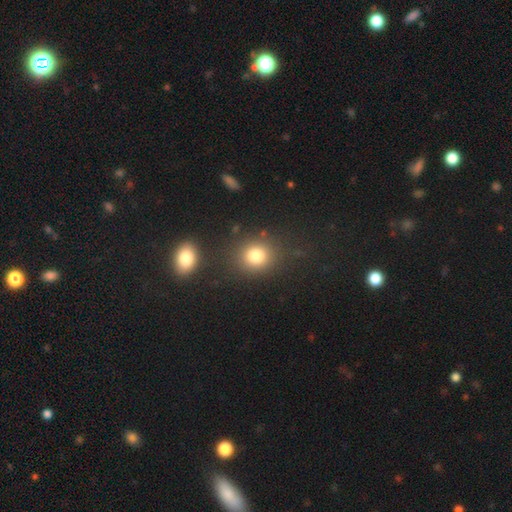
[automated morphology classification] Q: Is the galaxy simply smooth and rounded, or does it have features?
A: smooth — 81%.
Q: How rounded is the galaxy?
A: round — 80%.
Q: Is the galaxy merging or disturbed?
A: none — 81%.